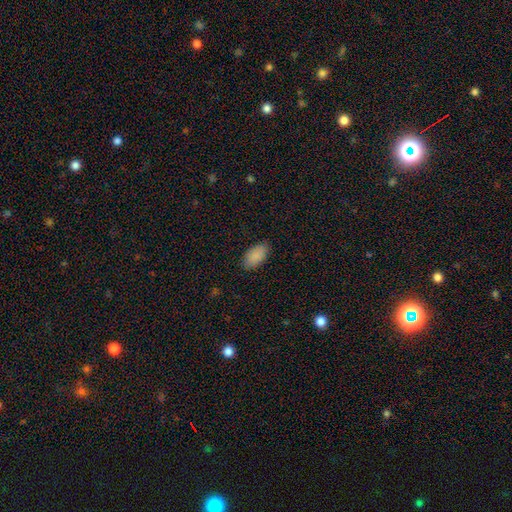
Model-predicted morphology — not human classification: Smooth or featured? Predicted: smooth (p=0.90). How rounded? Predicted: in between (p=0.94). Merging? Predicted: none (p=0.87).